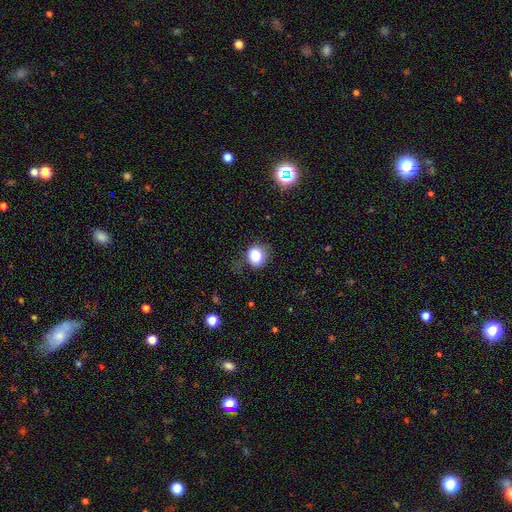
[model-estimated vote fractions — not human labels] smooth 84%, star or artifact 10%, featured or disk 6%. Down the decision tree: how rounded — round (58%); merging — none (65%).